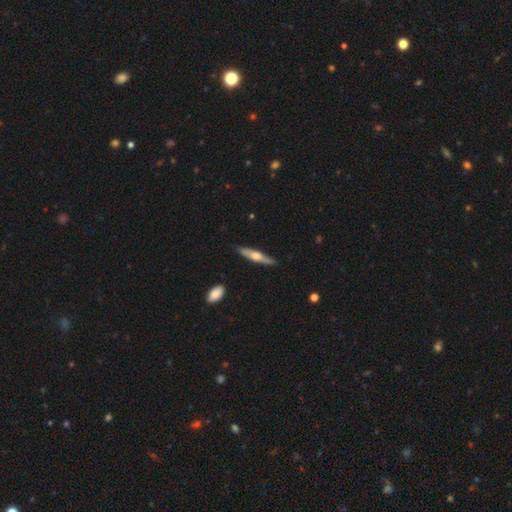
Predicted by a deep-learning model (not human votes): smooth-or-featured: featured or disk: 52% | smooth: 43% | star or artifact: 5%
  disk-edge-on: yes: 91% | no: 9%
  merging: none: 83% | minor disturbance: 13% | major disturbance: 2% | merger: 2%